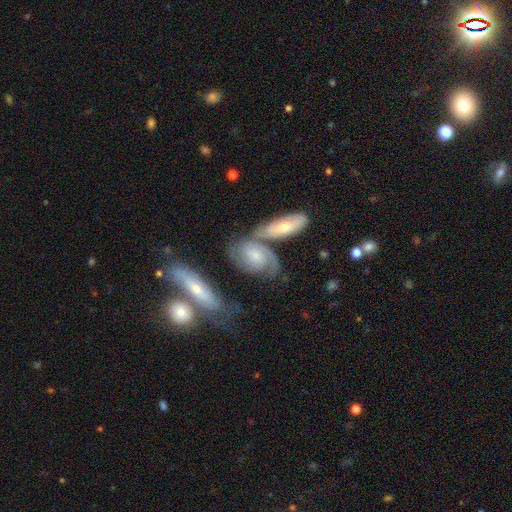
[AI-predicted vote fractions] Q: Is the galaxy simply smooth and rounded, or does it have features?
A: featured or disk — 69%.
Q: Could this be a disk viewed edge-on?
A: no — 92%.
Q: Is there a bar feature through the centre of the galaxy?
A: no — 62%.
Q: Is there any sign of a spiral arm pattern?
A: yes — 92%.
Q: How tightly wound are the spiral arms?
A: tight — 52%.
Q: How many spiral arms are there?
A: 2 — 50%.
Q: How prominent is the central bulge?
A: small — 50%.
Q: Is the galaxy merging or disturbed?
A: none — 41%.